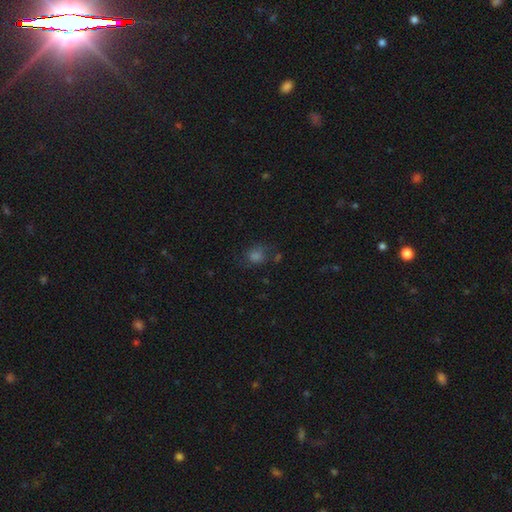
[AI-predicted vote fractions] Smooth or featured: smooth — 58% (star or artifact — 28%)
How rounded: round — 64% (in between — 35%)
Merging: none — 62% (minor disturbance — 20%)